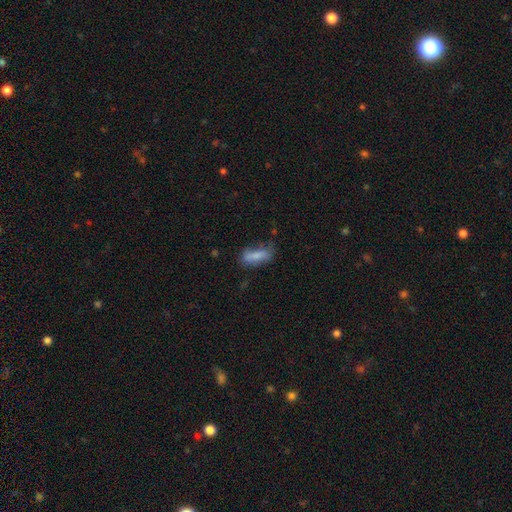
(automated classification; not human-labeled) This is likely a smooth galaxy (74%). How rounded: likely in between (64%). Merging: possibly none (51%).